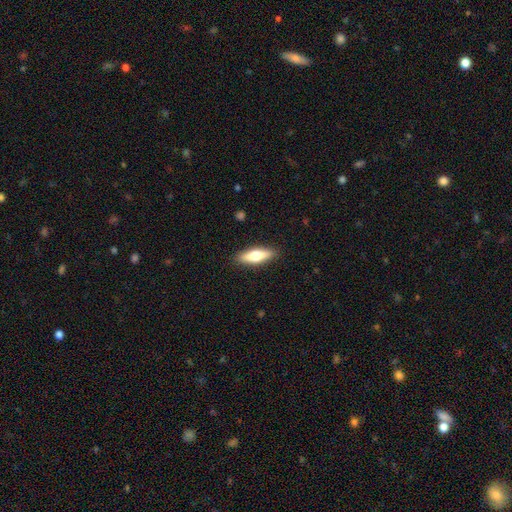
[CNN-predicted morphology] This appears to be a smooth galaxy with no disk features (60%) that is in between round and cigar-shaped (49%). Merging: none (89%).